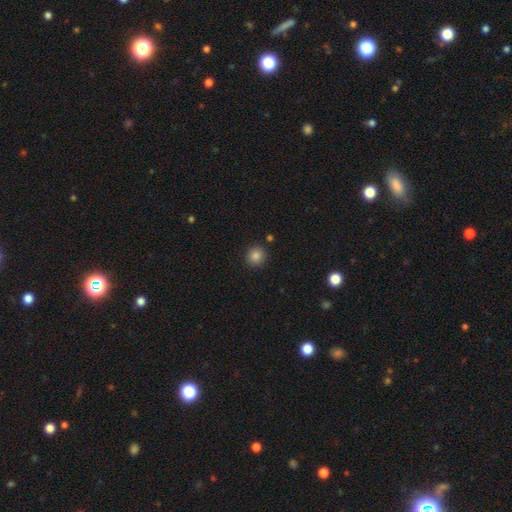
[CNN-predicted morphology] type=smooth (84%); roundness=round (84%); merging=none (88%).